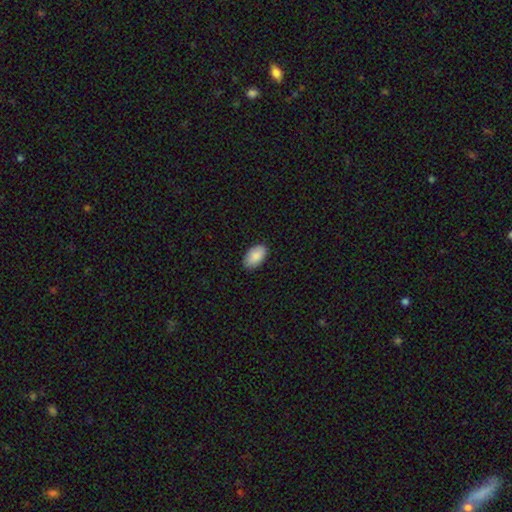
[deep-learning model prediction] smooth-or-featured: smooth: 89% | star or artifact: 6% | featured or disk: 4%
  how-rounded: in between: 95% | round: 4% | cigar-shaped: 1%
  merging: none: 87% | minor disturbance: 10% | major disturbance: 2% | merger: 1%